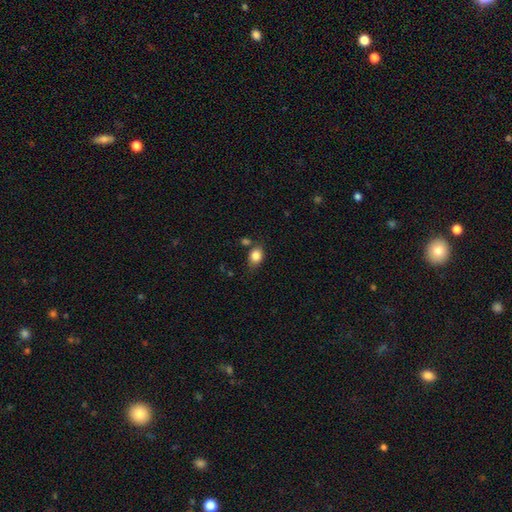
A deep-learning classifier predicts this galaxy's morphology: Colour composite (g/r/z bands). It shows a smooth galaxy with no disk features (84%) that is in between round and cigar-shaped (62%). Merging: none (68%).